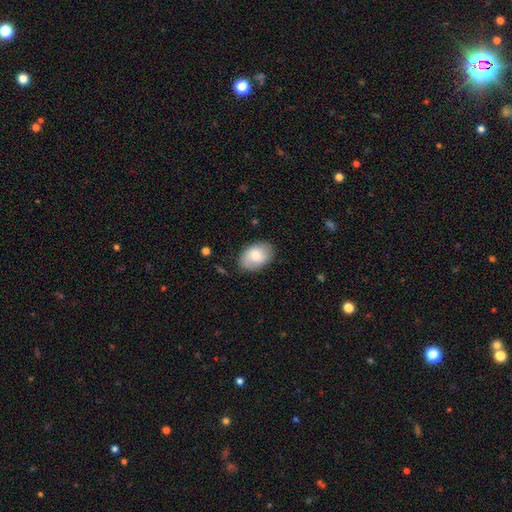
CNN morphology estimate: This is likely a smooth galaxy (70%). How rounded: clearly in between (83%). Merging: clearly none (81%).